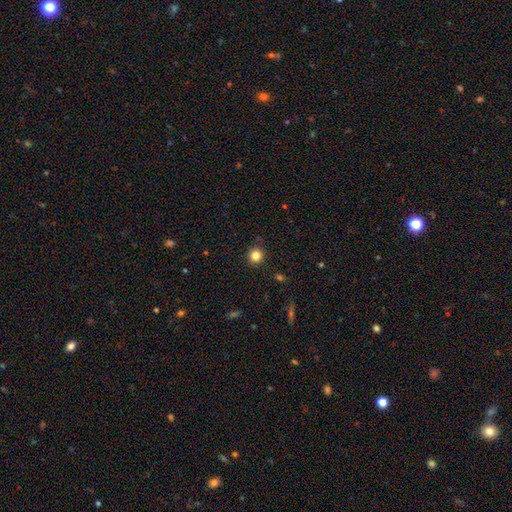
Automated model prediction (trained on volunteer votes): smooth_or_featured: smooth (p=0.83) [alt: star or artifact p=0.12]
how_rounded: round (p=0.94) [alt: in between p=0.05]
merging: none (p=0.91) [alt: minor disturbance p=0.06]